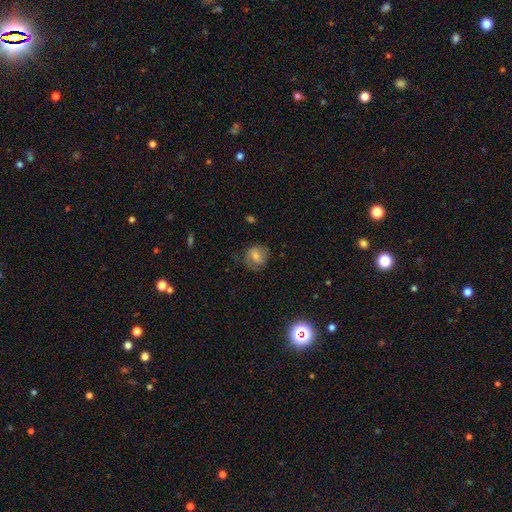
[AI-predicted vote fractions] A smooth galaxy with no disk features (50%) that is round (75%). Merging: none (66%).